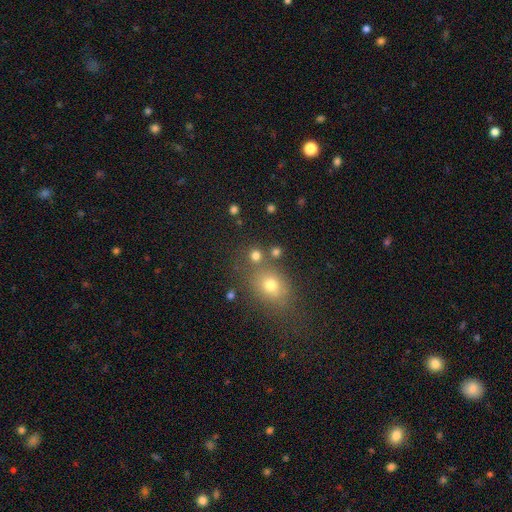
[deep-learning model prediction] Smooth or featured? Predicted: smooth (p=0.74). How rounded? Predicted: round (p=0.81). Merging? Predicted: none (p=0.69).